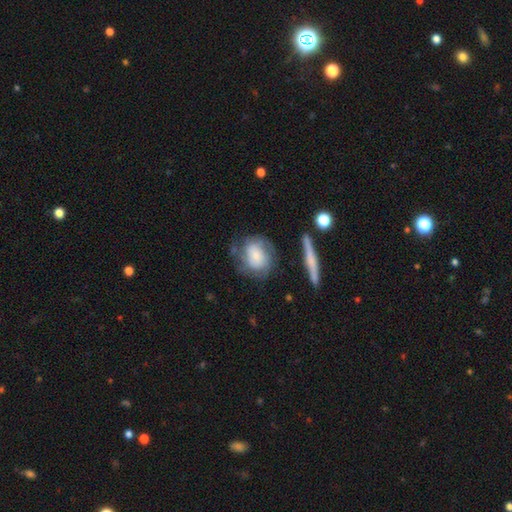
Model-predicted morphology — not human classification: The model was most divided on "smooth or featured": smooth: 53%, featured or disk: 40%, star or artifact: 7%. More confident: how rounded — round (58%); merging — none (57%).